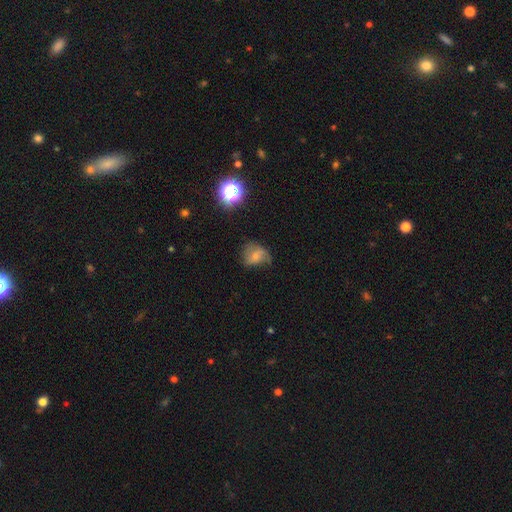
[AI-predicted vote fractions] smooth-or-featured: smooth: 46% | featured or disk: 40% | star or artifact: 14%
  merging: none: 43% | minor disturbance: 32% | major disturbance: 23% | merger: 2%